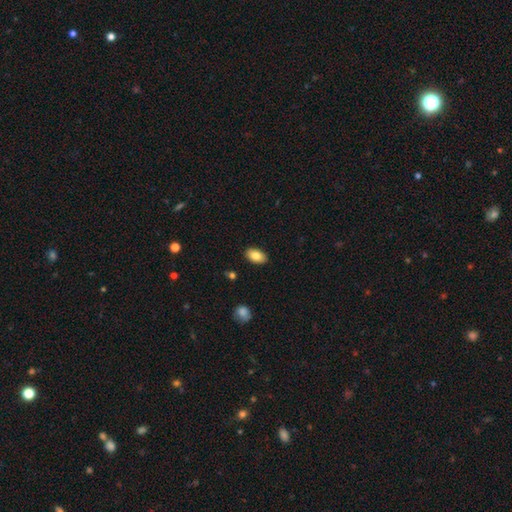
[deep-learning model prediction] The model was most divided on "smooth or featured": smooth: 84%, featured or disk: 9%, star or artifact: 7%. More confident: how rounded — in between (92%); merging — none (88%).